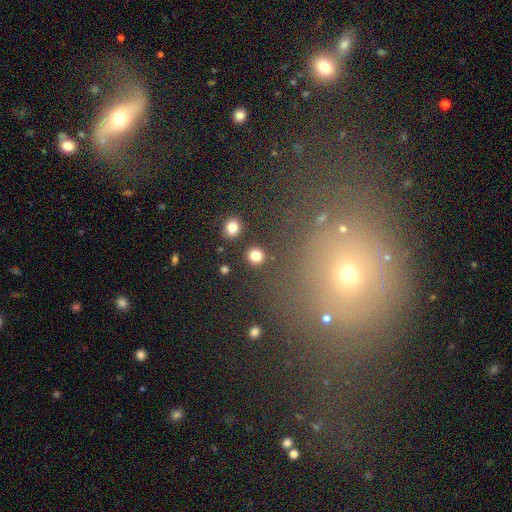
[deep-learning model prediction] Smooth or featured? smooth (81%)
How rounded? round (89%)
Merging? none (88%)